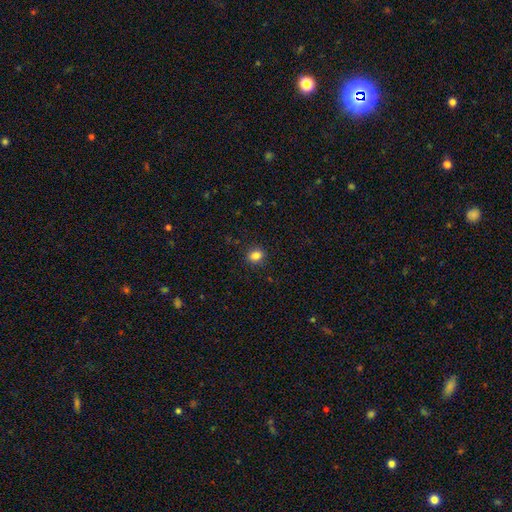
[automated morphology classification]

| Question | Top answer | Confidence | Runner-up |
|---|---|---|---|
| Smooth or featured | smooth | 82% | star or artifact (12%) |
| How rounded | round | 62% | in between (37%) |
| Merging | none | 90% | minor disturbance (7%) |